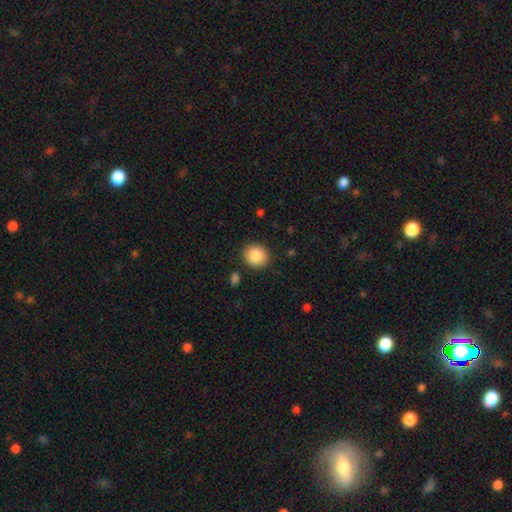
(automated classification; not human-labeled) A smooth galaxy with no disk features (86%) that is round (86%). Merging: none (89%).